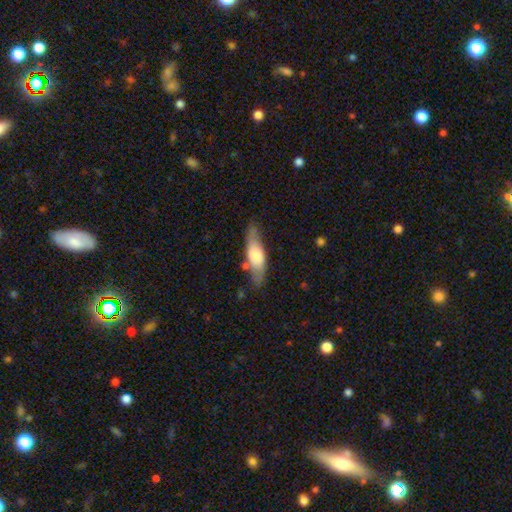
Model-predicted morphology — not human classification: smooth_or_featured: smooth (p=0.55) [alt: featured or disk p=0.39]
how_rounded: in between (p=0.51) [alt: cigar-shaped p=0.46]
merging: none (p=0.72) [alt: minor disturbance p=0.20]